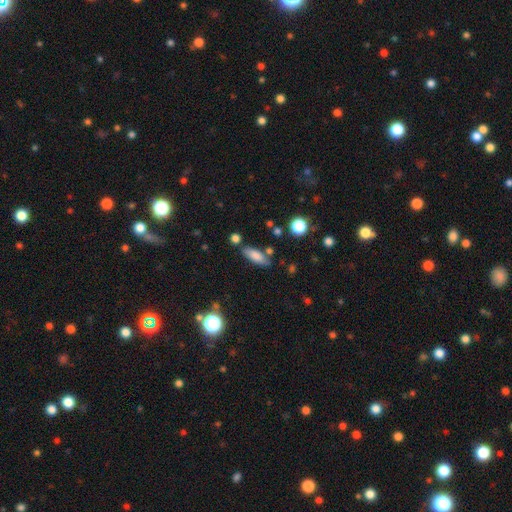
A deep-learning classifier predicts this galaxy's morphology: Smooth or featured?
  - smooth: 81% *
  - featured or disk: 11%
  - star or artifact: 8%
How rounded?
  - in between: 71% *
  - cigar-shaped: 26%
  - round: 3%
Merging?
  - none: 73% *
  - minor disturbance: 16%
  - merger: 8%
  - major disturbance: 4%